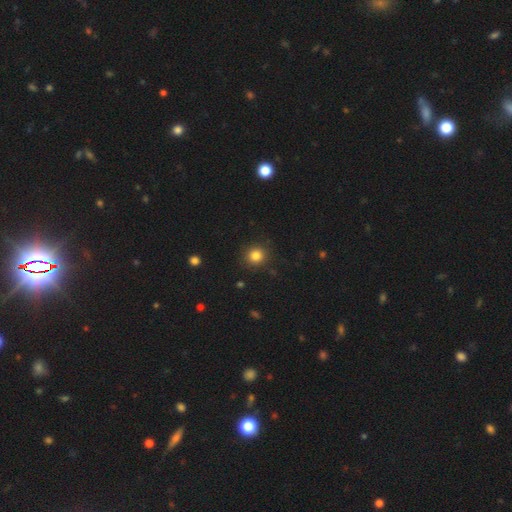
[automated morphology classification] Smooth or featured?
  - smooth: 83% *
  - star or artifact: 12%
  - featured or disk: 5%
How rounded?
  - round: 90% *
  - in between: 9%
  - cigar-shaped: 1%
Merging?
  - none: 89% *
  - minor disturbance: 7%
  - major disturbance: 2%
  - merger: 1%